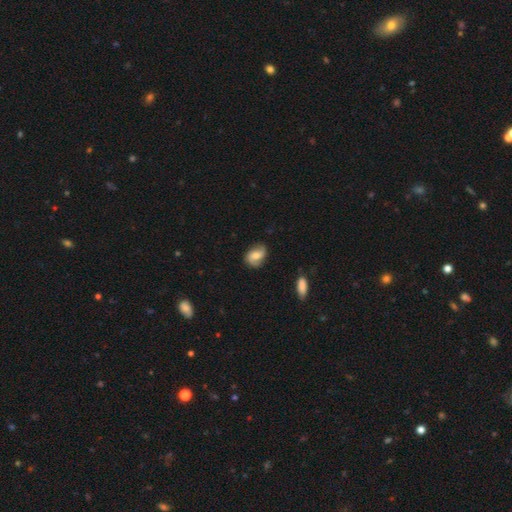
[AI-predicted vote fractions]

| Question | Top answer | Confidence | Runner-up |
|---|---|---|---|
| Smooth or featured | smooth | 46% | tied: featured or disk (46%) |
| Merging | none | 71% | minor disturbance (22%) |